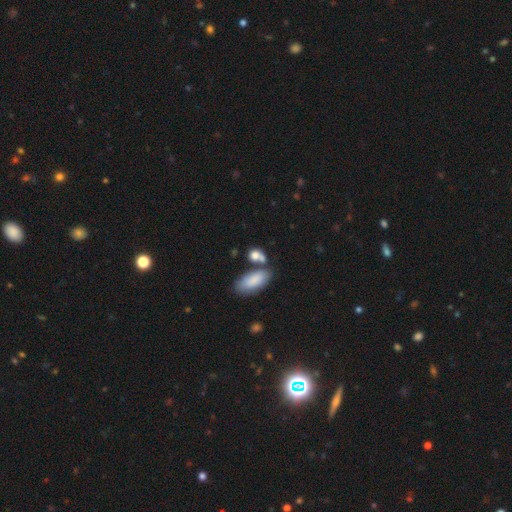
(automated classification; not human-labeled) Morphology: type=smooth (81%); roundness=in between (67%); merging=none (48%).